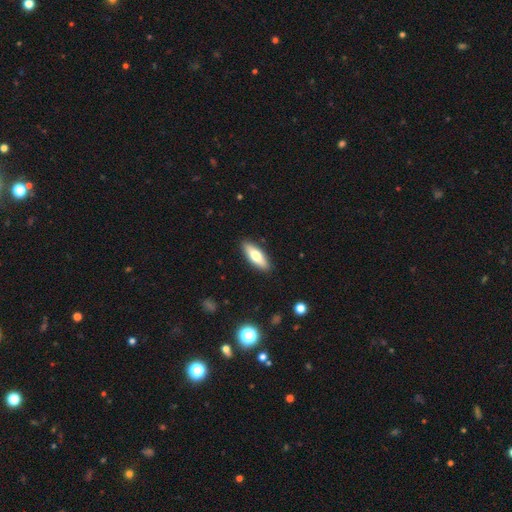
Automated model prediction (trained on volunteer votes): Smooth or featured? smooth (69%)
How rounded? in between (60%)
Merging? none (88%)